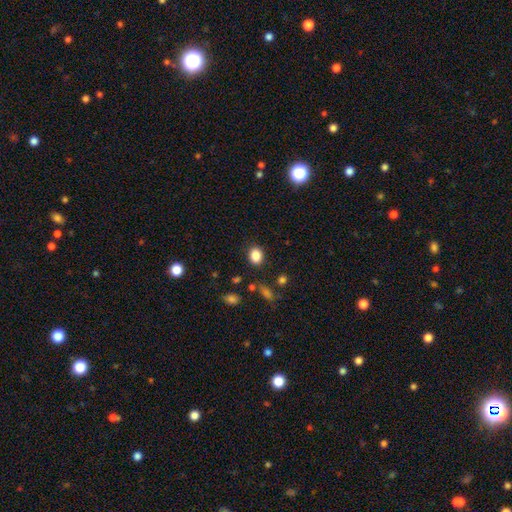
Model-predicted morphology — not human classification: This is clearly a smooth galaxy (85%). How rounded: possibly in between (53%). Merging: clearly none (85%).